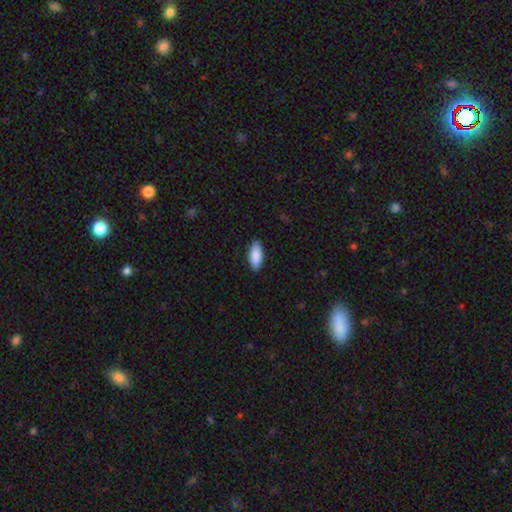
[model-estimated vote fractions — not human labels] Smooth or featured: smooth — 88% (featured or disk — 7%)
How rounded: in between — 78% (cigar-shaped — 20%)
Merging: none — 89% (minor disturbance — 9%)